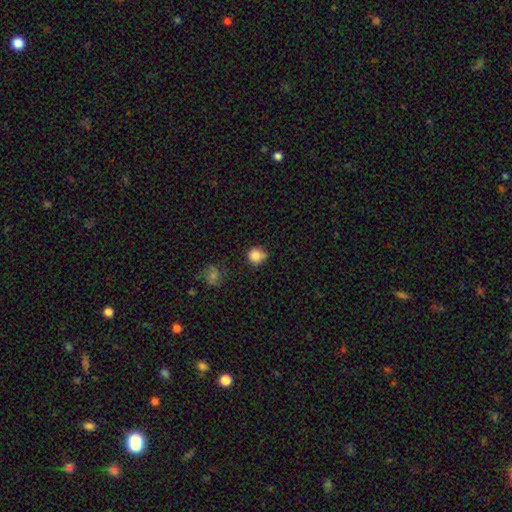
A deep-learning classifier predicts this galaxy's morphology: A smooth galaxy with no disk features (84%) that is round (86%).

Vote fractions:
- Smooth or featured? smooth: 84% / star or artifact: 10% / featured or disk: 6%
- How rounded? round: 86% / in between: 13% / cigar-shaped: 1%
- Merging? none: 59% / minor disturbance: 30% / major disturbance: 6% / merger: 5%